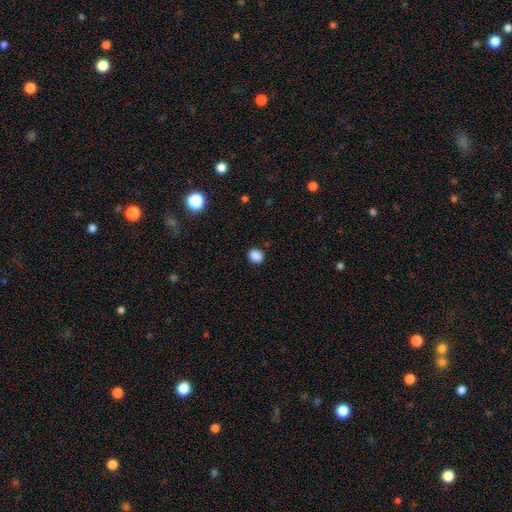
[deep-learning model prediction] Smooth or featured? smooth (87%)
How rounded? round (54%)
Merging? none (88%)